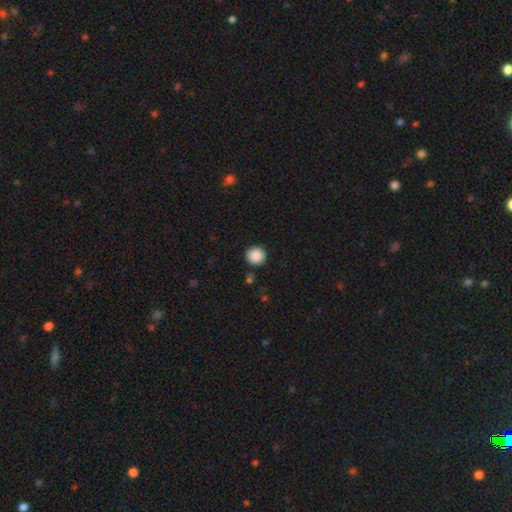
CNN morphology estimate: A smooth galaxy with no disk features (88%) that is round (94%). Merging: none (90%).